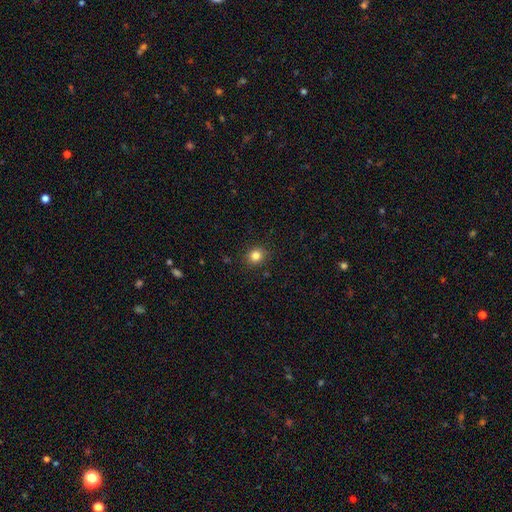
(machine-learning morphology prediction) Smooth or featured? Predicted: smooth (p=0.83). How rounded? Predicted: round (p=0.80). Merging? Predicted: none (p=0.90).